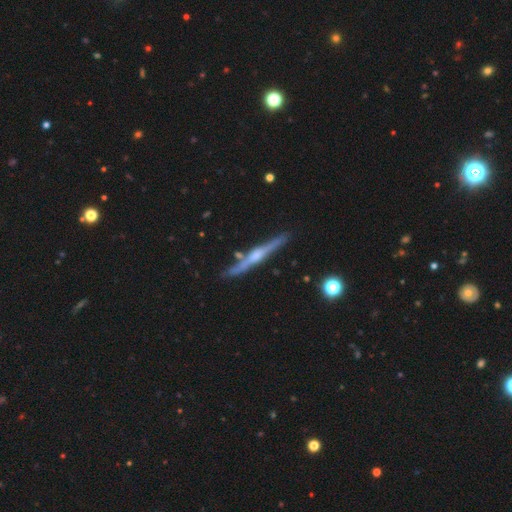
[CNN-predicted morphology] smooth_or_featured: featured or disk (p=0.78) [alt: smooth p=0.16]
disk_edge_on: yes (p=0.98) [alt: no p=0.02]
edge_on_bulge: rounded (p=0.76) [alt: none p=0.14]
merging: none (p=0.83) [alt: minor disturbance p=0.11]